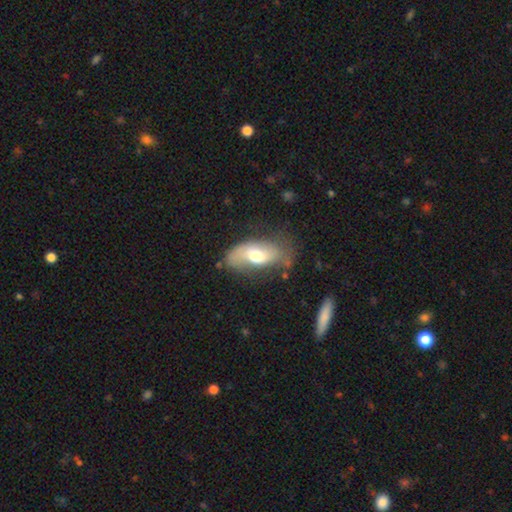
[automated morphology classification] A smooth galaxy with no disk features (52%) that is in between round and cigar-shaped (89%). Merging: none (48%).